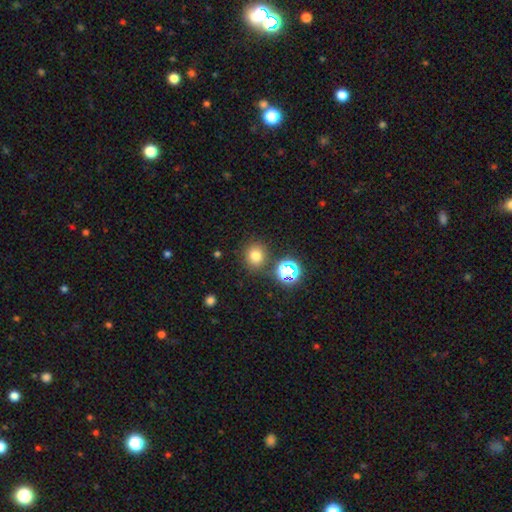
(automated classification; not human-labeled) The model was most divided on "smooth or featured": smooth: 73%, star or artifact: 20%, featured or disk: 7%. More confident: how rounded — round (88%); merging — none (80%).